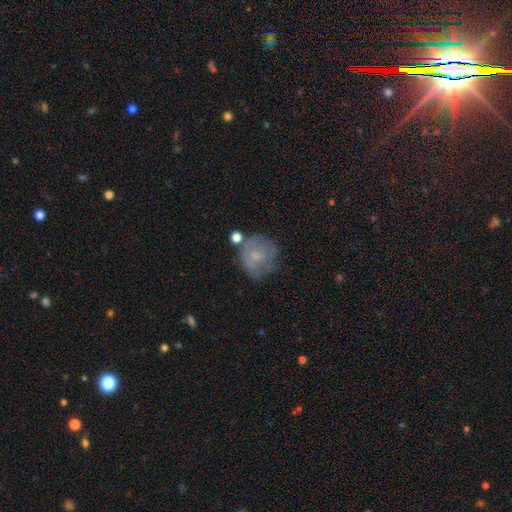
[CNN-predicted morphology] A smooth galaxy with no disk features (57%) that is round (80%).

Vote fractions:
- Smooth or featured? smooth: 57% / featured or disk: 34% / star or artifact: 9%
- How rounded? round: 80% / in between: 19% / cigar-shaped: 1%
- Merging? none: 50% / minor disturbance: 28% / major disturbance: 14% / merger: 9%